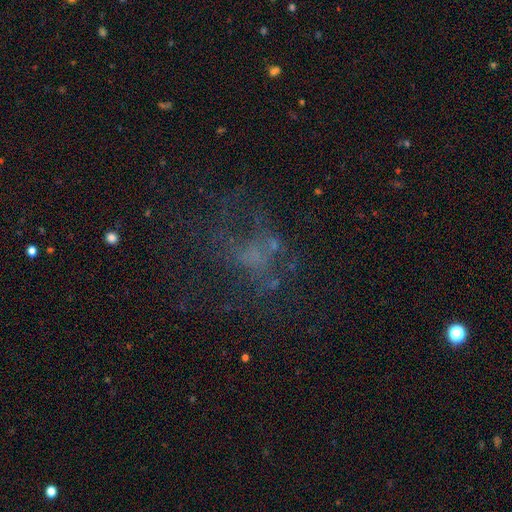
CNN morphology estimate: Smooth or featured? Predicted: featured or disk (p=0.47). Merging? Predicted: none (p=0.45).